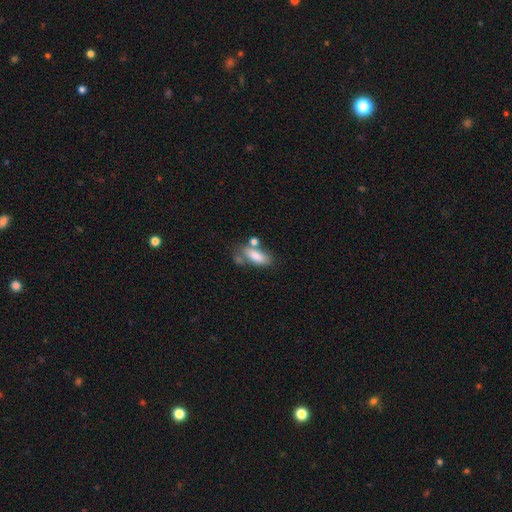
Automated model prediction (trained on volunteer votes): Smooth or featured?
  - smooth: 80% *
  - featured or disk: 13%
  - star or artifact: 8%
How rounded?
  - in between: 77% *
  - cigar-shaped: 20%
  - round: 3%
Merging?
  - none: 47% *
  - merger: 25%
  - minor disturbance: 19%
  - major disturbance: 9%